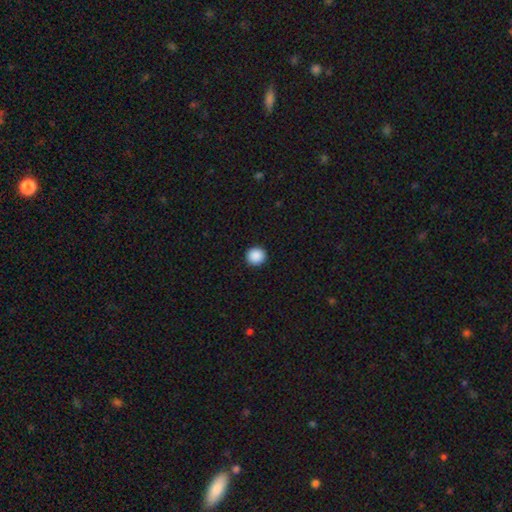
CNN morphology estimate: Smooth or featured?
  - smooth: 90% *
  - star or artifact: 8%
  - featured or disk: 2%
How rounded?
  - round: 93% *
  - in between: 6%
  - cigar-shaped: 1%
Merging?
  - none: 93% *
  - minor disturbance: 4%
  - major disturbance: 2%
  - merger: 1%